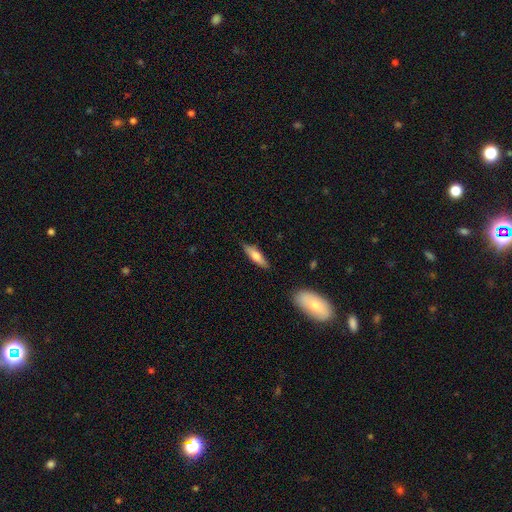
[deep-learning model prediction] Smooth or featured? smooth (67%)
How rounded? cigar-shaped (65%)
Merging? none (84%)